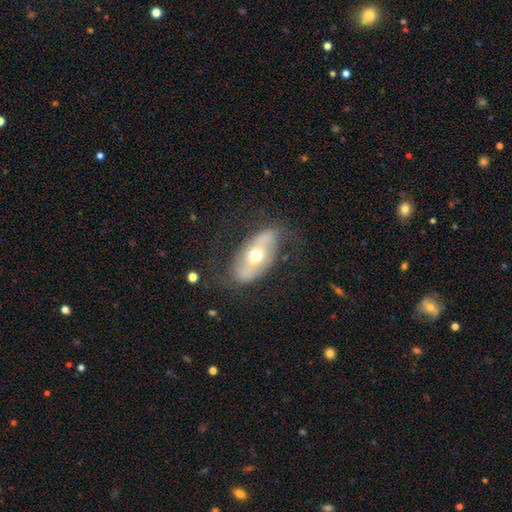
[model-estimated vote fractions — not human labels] featured or disk 57%, smooth 36%, star or artifact 7%. Down the decision tree: edge-on disk — no (85%); merging — none (67%).